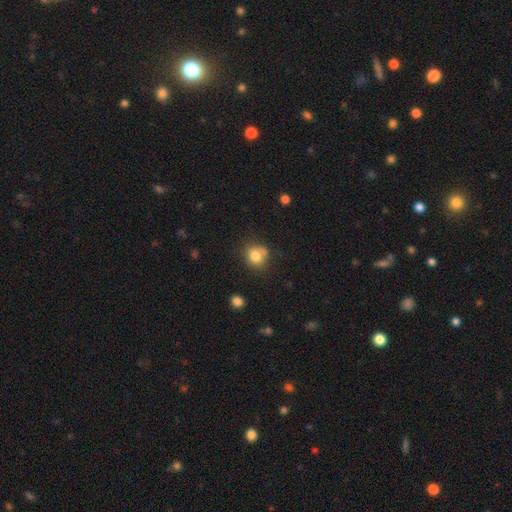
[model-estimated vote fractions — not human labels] The model was most divided on "merging": none: 66%, minor disturbance: 20%, merger: 8%, major disturbance: 6%. More confident: how rounded — round (82%); smooth or featured — smooth (80%).